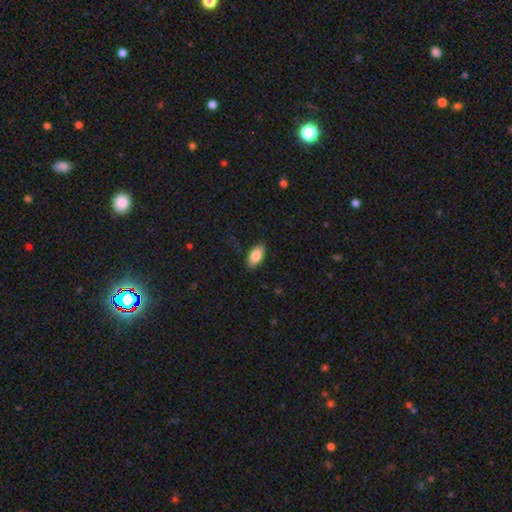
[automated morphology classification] smooth 85%, featured or disk 8%, star or artifact 6%. Down the decision tree: how rounded — in between (92%); merging — none (86%).